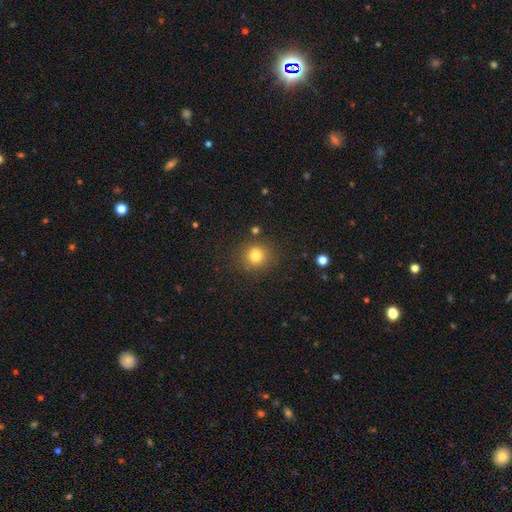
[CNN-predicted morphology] smooth 79%, star or artifact 14%, featured or disk 7%. Down the decision tree: how rounded — round (86%); merging — none (84%).